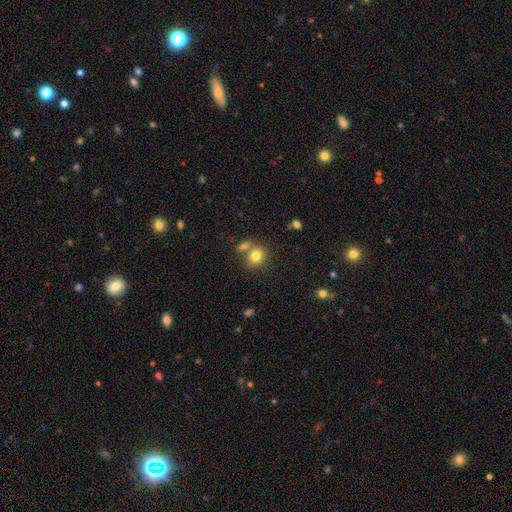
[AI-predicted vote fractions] This is clearly a smooth galaxy (81%). How rounded: likely round (67%). Merging: possibly none (55%).